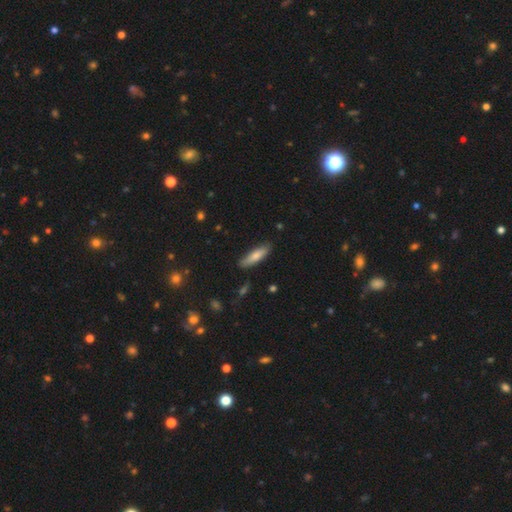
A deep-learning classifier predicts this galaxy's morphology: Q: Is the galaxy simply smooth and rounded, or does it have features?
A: smooth — 76%.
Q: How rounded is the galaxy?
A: cigar-shaped — 62%.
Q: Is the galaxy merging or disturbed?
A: none — 83%.